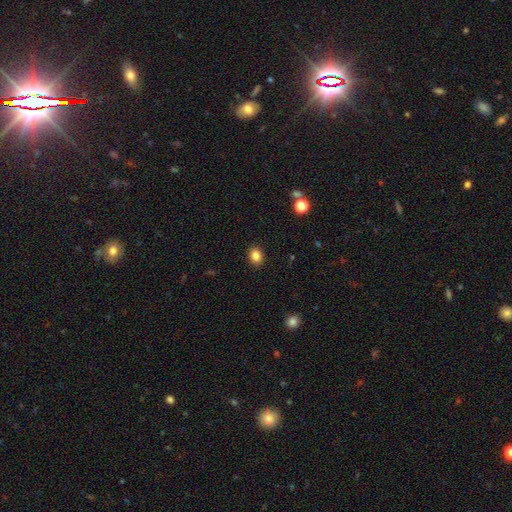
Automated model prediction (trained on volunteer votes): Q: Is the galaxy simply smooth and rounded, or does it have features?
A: smooth — 84%.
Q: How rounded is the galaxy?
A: in between — 50%.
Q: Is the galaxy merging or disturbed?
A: none — 90%.